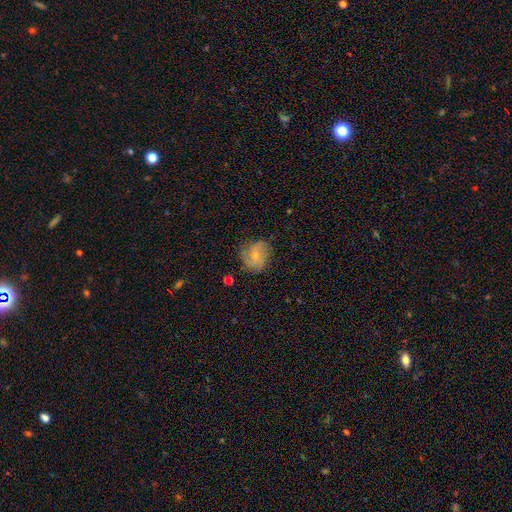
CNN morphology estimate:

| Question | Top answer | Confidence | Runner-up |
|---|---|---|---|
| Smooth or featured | smooth | 59% | featured or disk (33%) |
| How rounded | round | 68% | in between (31%) |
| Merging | none | 69% | minor disturbance (22%) |